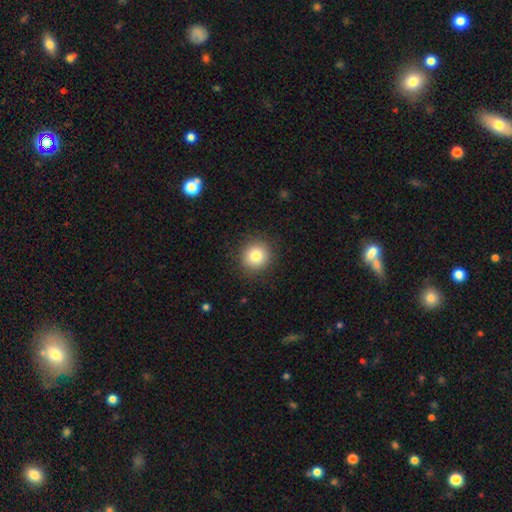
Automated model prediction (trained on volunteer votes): Q: Smooth or featured?
A: smooth (82%); runner-up: star or artifact (10%)
Q: How rounded?
A: round (90%); runner-up: in between (9%)
Q: Merging?
A: none (90%); runner-up: minor disturbance (7%)